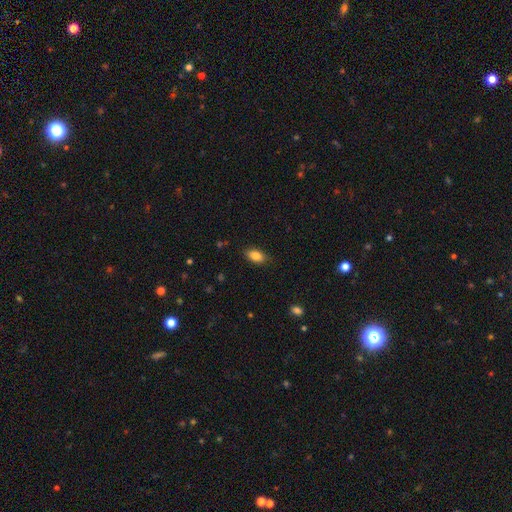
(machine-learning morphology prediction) Smooth or featured?
  - smooth: 85% *
  - star or artifact: 8%
  - featured or disk: 7%
How rounded?
  - in between: 89% *
  - round: 7%
  - cigar-shaped: 4%
Merging?
  - none: 83% *
  - minor disturbance: 13%
  - major disturbance: 3%
  - merger: 1%